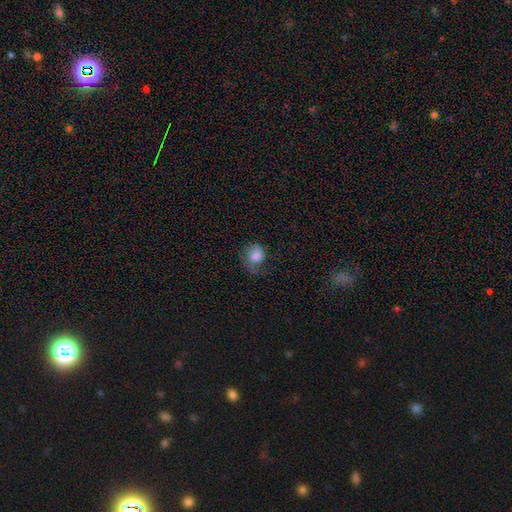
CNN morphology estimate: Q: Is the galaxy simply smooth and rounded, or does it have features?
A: smooth — 74%.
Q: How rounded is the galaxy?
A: round — 62%.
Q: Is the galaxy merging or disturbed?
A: none — 38%.